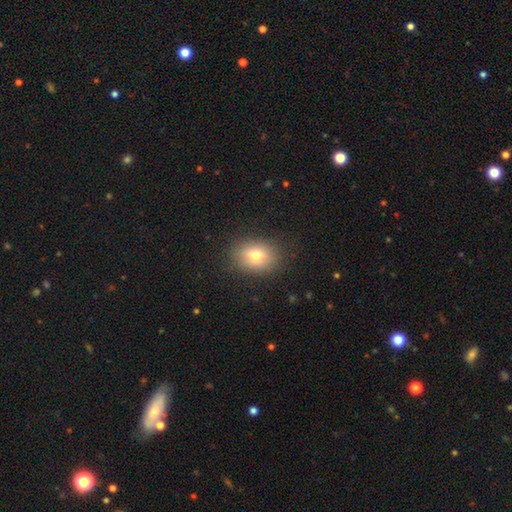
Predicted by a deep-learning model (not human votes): smooth-or-featured: smooth: 76% | featured or disk: 13% | star or artifact: 11%
  how-rounded: in between: 65% | round: 34% | cigar-shaped: 1%
  merging: none: 84% | minor disturbance: 11% | major disturbance: 4% | merger: 1%